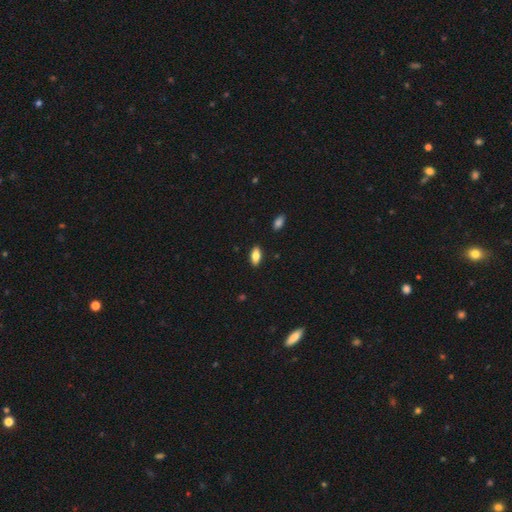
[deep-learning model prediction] Morphology: type=smooth (79%); roundness=in between (88%); merging=none (89%).